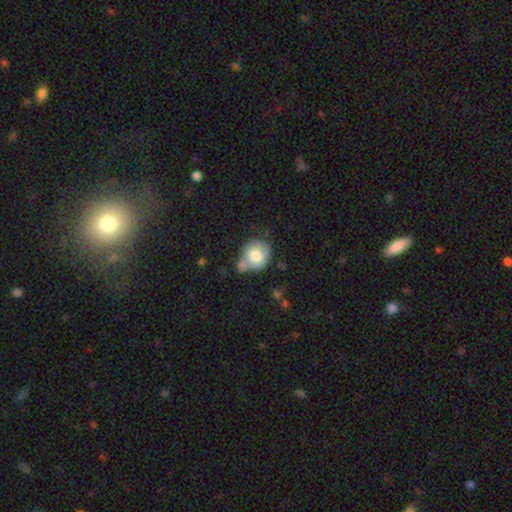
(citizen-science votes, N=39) A smooth galaxy with no disk features (92%) that is round (97%). Merging: none (71%).